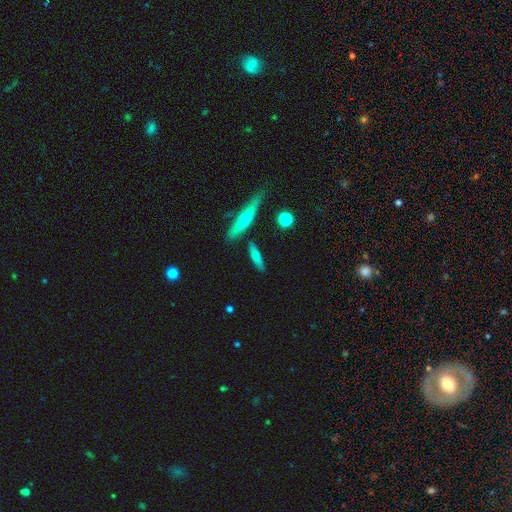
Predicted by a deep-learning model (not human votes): This is possibly a smooth galaxy (51%). How rounded: likely cigar-shaped (70%). Merging: likely none (80%).